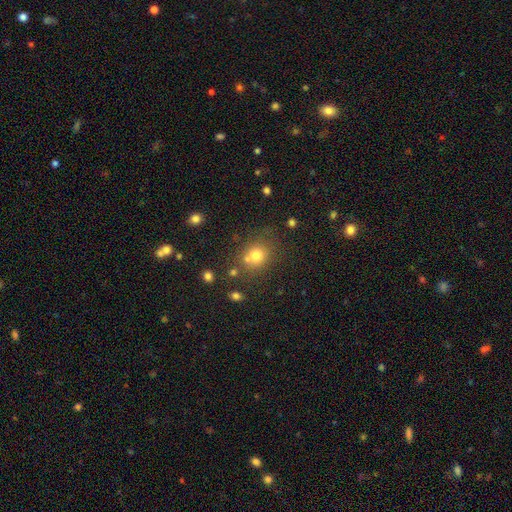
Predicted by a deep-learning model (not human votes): A smooth galaxy with no disk features (74%) that is round (75%). Merging: none (64%).